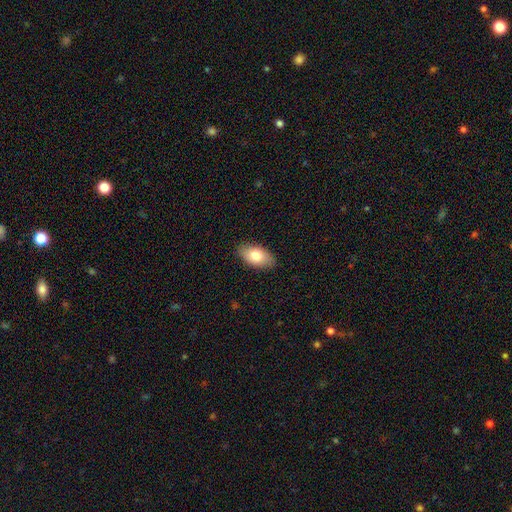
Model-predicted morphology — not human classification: A smooth galaxy with no disk features (80%) that is in between round and cigar-shaped (93%). Merging: none (87%).